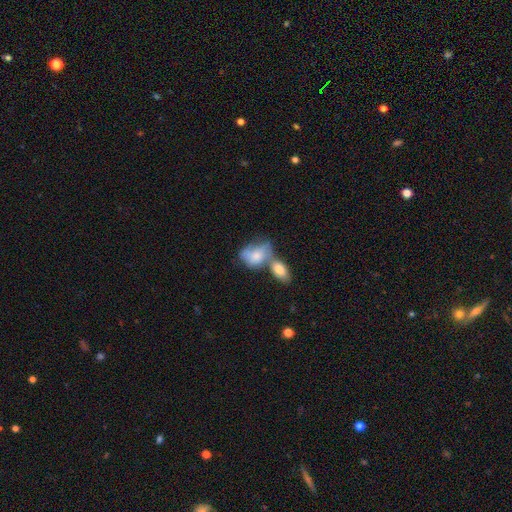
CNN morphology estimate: Smooth or featured: smooth — 64% (featured or disk — 29%)
How rounded: in between — 81% (round — 17%)
Merging: merger — 55% (none — 20%)